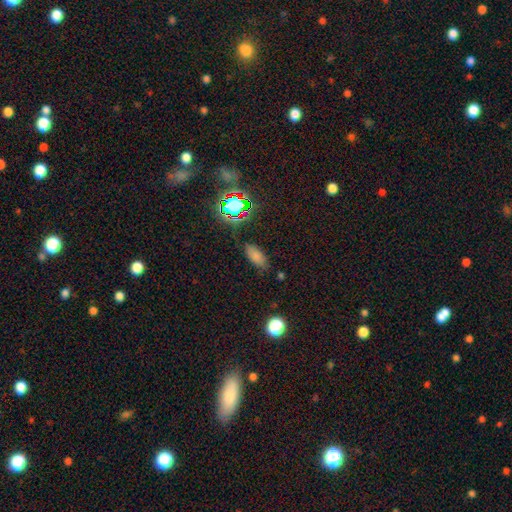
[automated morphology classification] Smooth or featured? Predicted: smooth (p=0.73). How rounded? Predicted: in between (p=0.86). Merging? Predicted: none (p=0.78).